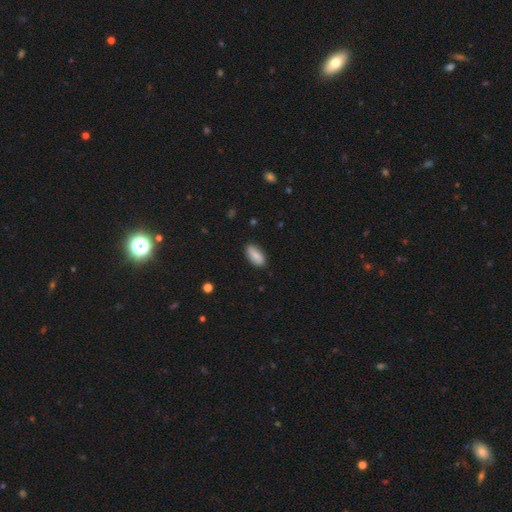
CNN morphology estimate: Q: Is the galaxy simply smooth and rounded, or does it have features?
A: smooth — 84%.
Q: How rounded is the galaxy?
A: in between — 86%.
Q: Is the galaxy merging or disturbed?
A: none — 87%.